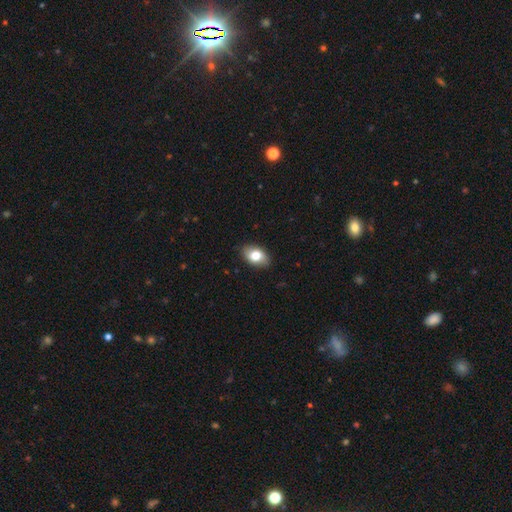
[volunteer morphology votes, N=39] smooth 67%, featured or disk 28%, star or artifact 5%. Down the decision tree: how rounded — in between (92%); merging — none (84%).